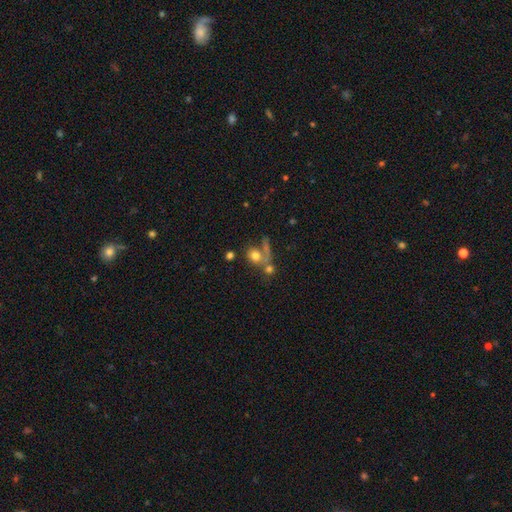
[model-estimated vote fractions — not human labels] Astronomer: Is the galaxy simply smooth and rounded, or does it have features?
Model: smooth — 67%.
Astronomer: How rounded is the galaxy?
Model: round — 62%.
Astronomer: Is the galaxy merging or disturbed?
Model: merger — 37% (runner-up: none, 35%).